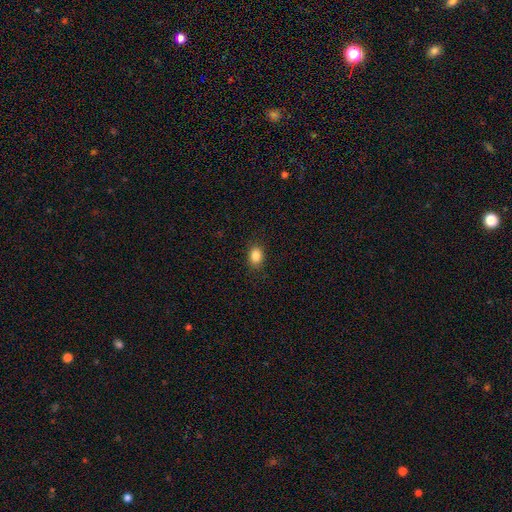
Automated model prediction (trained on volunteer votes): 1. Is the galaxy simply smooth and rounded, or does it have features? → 85% smooth, 10% star or artifact, 5% featured or disk.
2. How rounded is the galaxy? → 67% in between, 32% round, 1% cigar-shaped.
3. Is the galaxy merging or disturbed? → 89% none, 8% minor disturbance, 2% major disturbance, 1% merger.